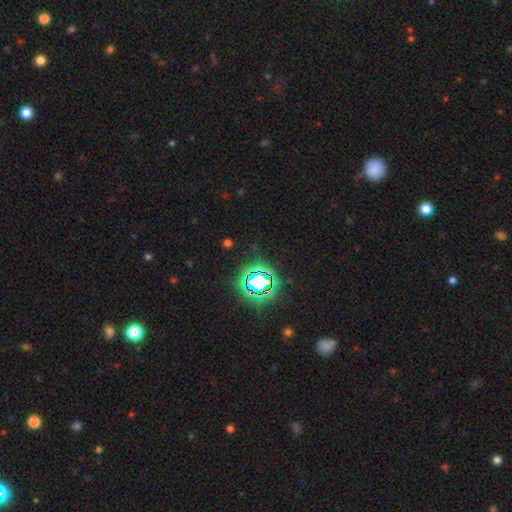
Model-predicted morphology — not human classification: Smooth or featured: star or artifact — 78% (smooth — 14%)